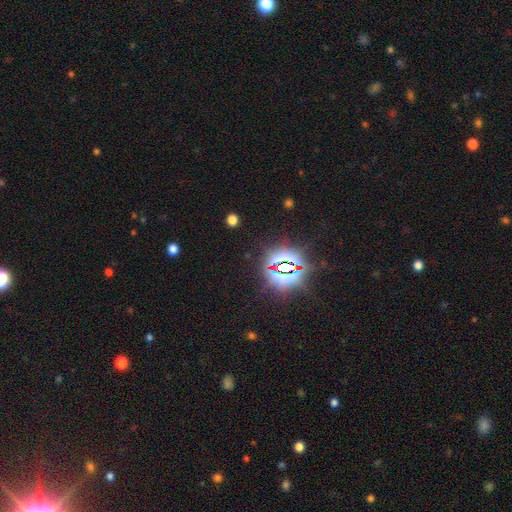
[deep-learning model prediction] A star or artifact, not a galaxy (86%).